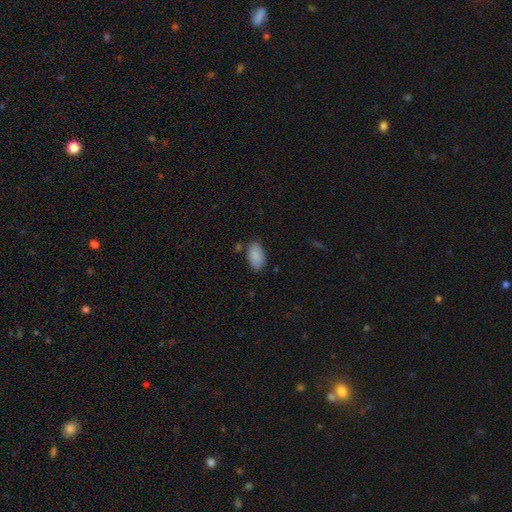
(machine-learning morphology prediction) Smooth or featured?
  - smooth: 89% *
  - star or artifact: 7%
  - featured or disk: 4%
How rounded?
  - in between: 94% *
  - round: 3%
  - cigar-shaped: 2%
Merging?
  - none: 78% *
  - minor disturbance: 15%
  - merger: 4%
  - major disturbance: 3%